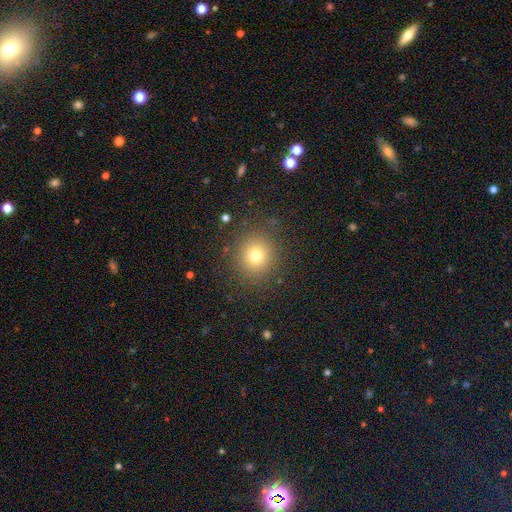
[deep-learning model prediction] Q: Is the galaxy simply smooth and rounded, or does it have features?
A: smooth — 74%.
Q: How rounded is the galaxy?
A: round — 91%.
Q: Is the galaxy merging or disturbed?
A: none — 88%.